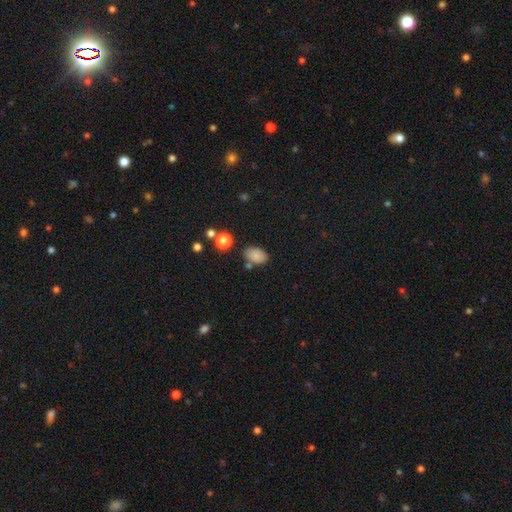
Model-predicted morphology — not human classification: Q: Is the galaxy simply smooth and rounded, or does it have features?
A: smooth — 83%.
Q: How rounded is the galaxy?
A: in between — 87%.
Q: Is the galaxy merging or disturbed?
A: none — 72%.